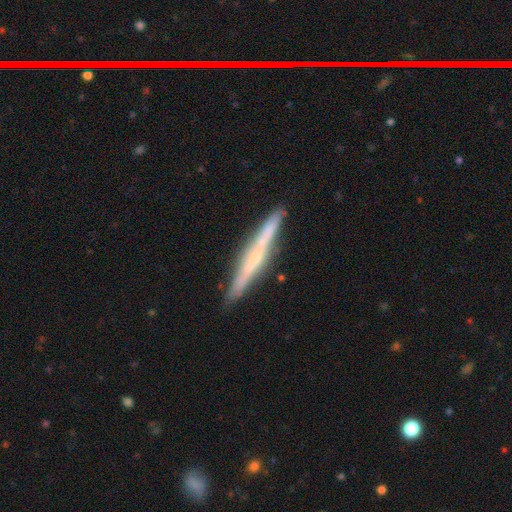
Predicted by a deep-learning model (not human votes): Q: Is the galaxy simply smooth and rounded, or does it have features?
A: featured or disk — 67%.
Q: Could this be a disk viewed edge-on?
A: yes — 95%.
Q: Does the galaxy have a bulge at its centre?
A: none — 50%.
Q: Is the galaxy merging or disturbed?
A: none — 87%.